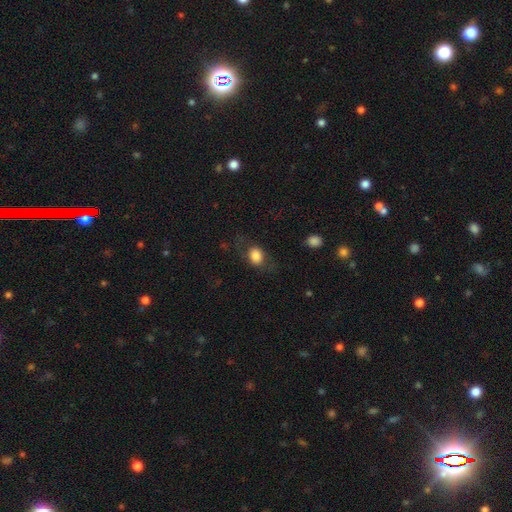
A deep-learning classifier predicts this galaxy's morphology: Overall: smooth (78%). How rounded: in between (58%; round 40%). Merging: none (66%).